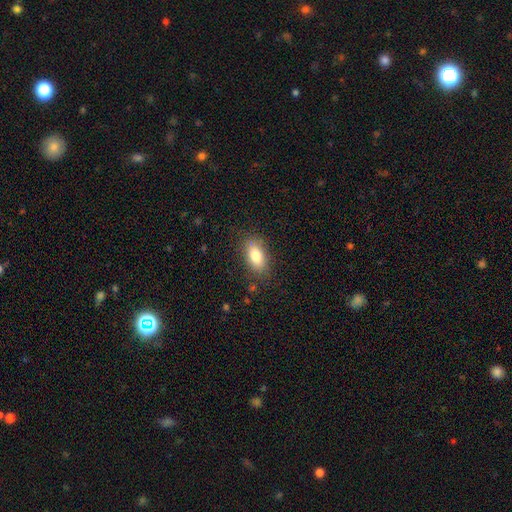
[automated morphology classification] smooth 80%, featured or disk 11%, star or artifact 8%. Down the decision tree: how rounded — in between (87%); merging — none (82%).